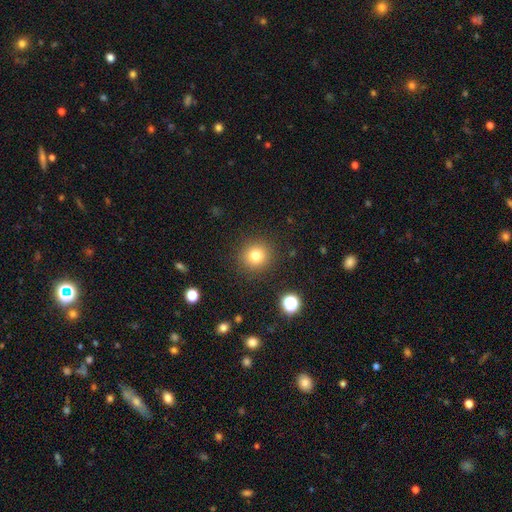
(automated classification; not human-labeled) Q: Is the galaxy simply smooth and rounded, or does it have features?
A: smooth — 79%.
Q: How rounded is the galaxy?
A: round — 92%.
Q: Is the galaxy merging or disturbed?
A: none — 89%.